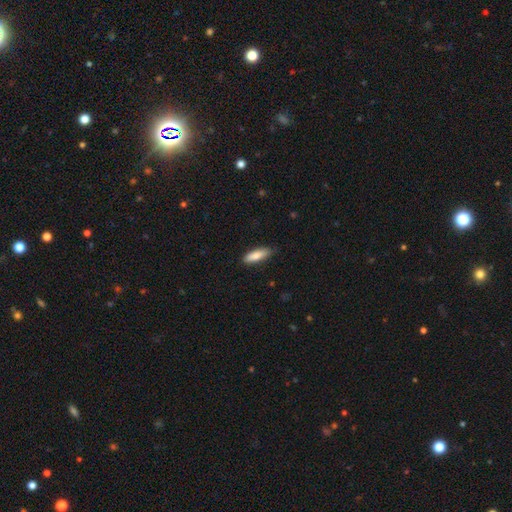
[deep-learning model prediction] Morphology: type=smooth (82%); roundness=cigar-shaped (49%, tied with in between); merging=none (83%).